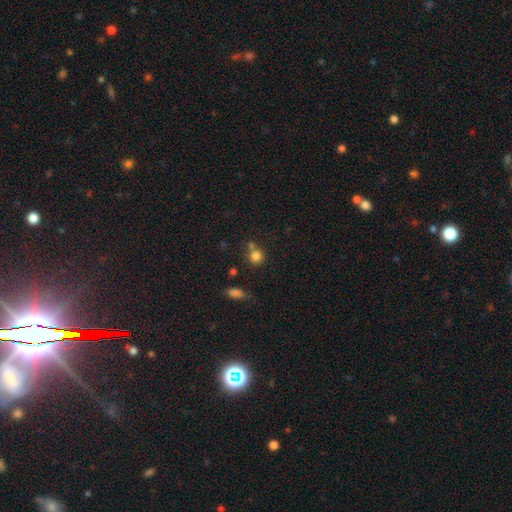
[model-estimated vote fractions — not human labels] This appears to be a smooth galaxy with no disk features (81%) that is round (86%). Merging: none (58%).